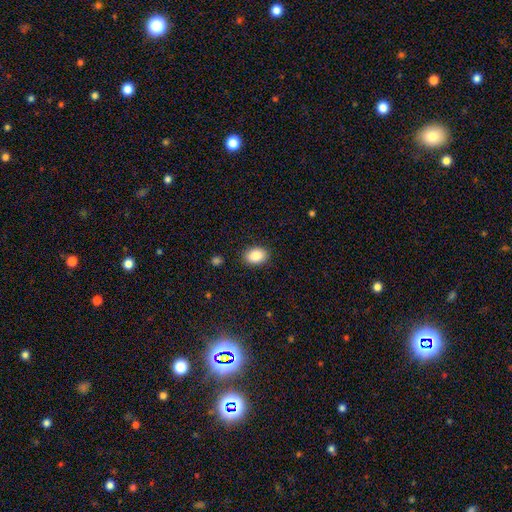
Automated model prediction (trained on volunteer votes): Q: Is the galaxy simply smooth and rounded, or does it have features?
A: smooth — 88%.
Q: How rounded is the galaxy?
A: in between — 75%.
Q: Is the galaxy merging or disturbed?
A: none — 88%.